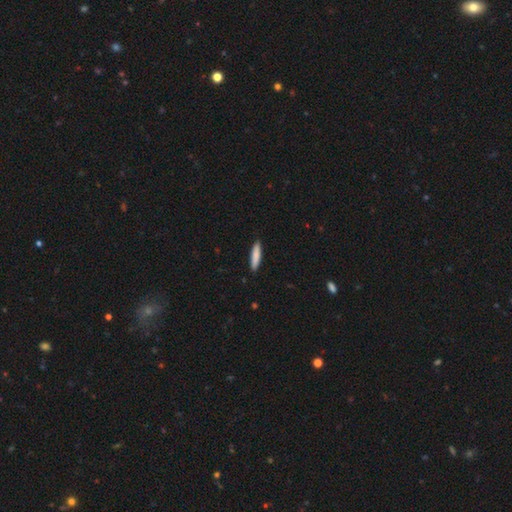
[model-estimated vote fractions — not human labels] This appears to be a smooth galaxy with no disk features (84%) that is cigar-shaped (85%). Merging: none (90%).